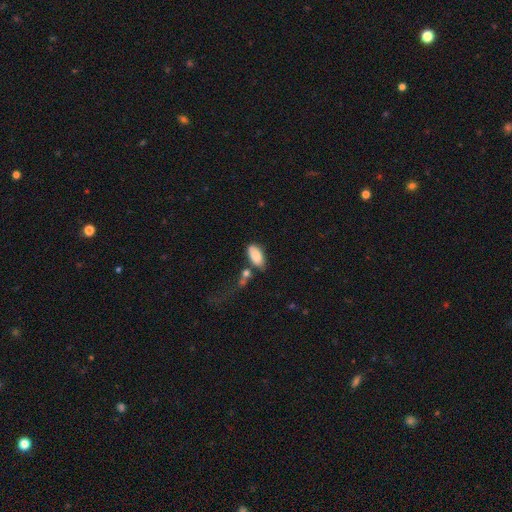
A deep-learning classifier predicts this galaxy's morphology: A smooth galaxy with no disk features (85%) that is in between round and cigar-shaped (93%). Merging: none (53%).